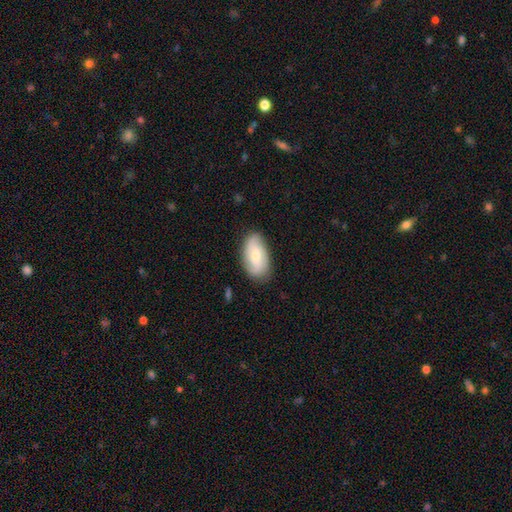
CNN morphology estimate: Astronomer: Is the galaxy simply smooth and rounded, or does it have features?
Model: featured or disk — 50% (runner-up: smooth, 43%).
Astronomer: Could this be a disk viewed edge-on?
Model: no — 93%.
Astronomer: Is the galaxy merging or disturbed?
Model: none — 81%.